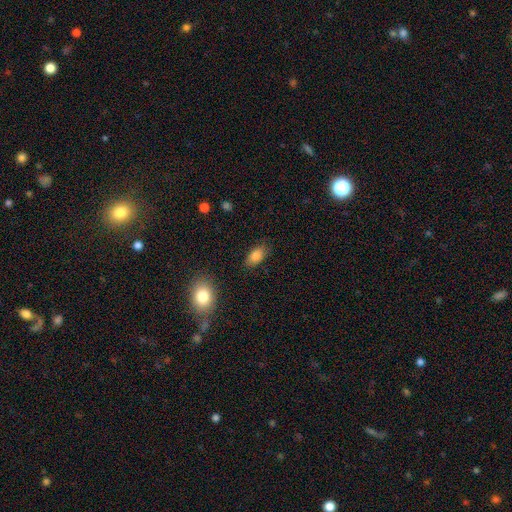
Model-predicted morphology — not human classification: Q: Smooth or featured?
A: smooth (85%); runner-up: star or artifact (8%)
Q: How rounded?
A: in between (90%); runner-up: round (6%)
Q: Merging?
A: none (81%); runner-up: minor disturbance (14%)